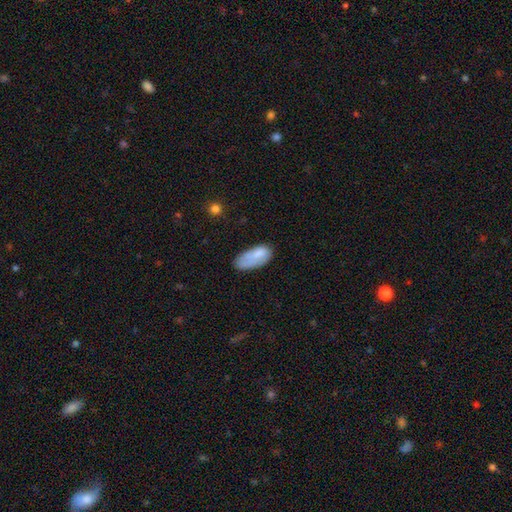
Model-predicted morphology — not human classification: smooth_or_featured: smooth (p=0.74) [alt: featured or disk p=0.18]
how_rounded: in between (p=0.89) [alt: cigar-shaped p=0.08]
merging: none (p=0.42) [alt: minor disturbance p=0.35]